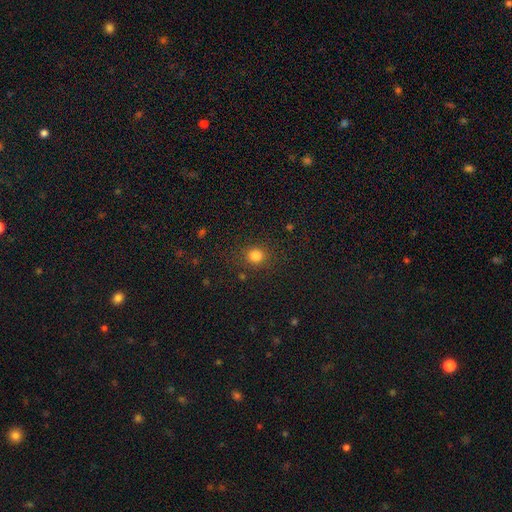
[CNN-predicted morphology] Q: Smooth or featured?
A: smooth (82%); runner-up: star or artifact (14%)
Q: How rounded?
A: round (88%); runner-up: in between (11%)
Q: Merging?
A: none (86%); runner-up: minor disturbance (9%)